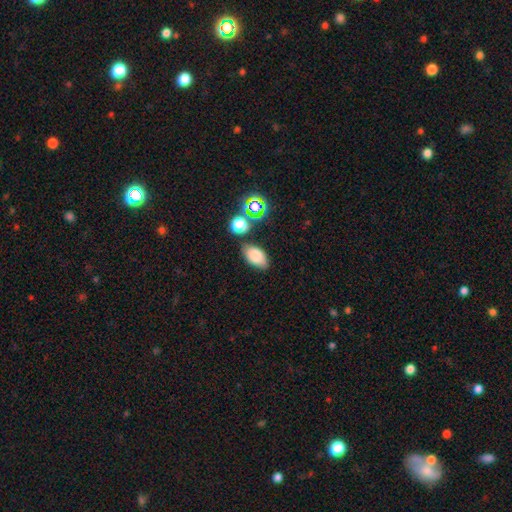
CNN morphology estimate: smooth 79%, star or artifact 11%, featured or disk 10%. Down the decision tree: how rounded — in between (92%); merging — none (75%).